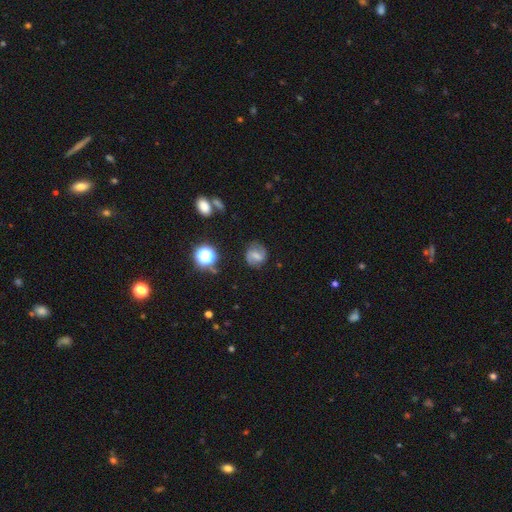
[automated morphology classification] Overall: featured or disk (54%; smooth 34%). Edge-on disk: no (97%). Bar: weak (47%; strong 31%). Spiral arms: yes (87%). Bulge size: small (36%; none 28%). Merging: none (76%).